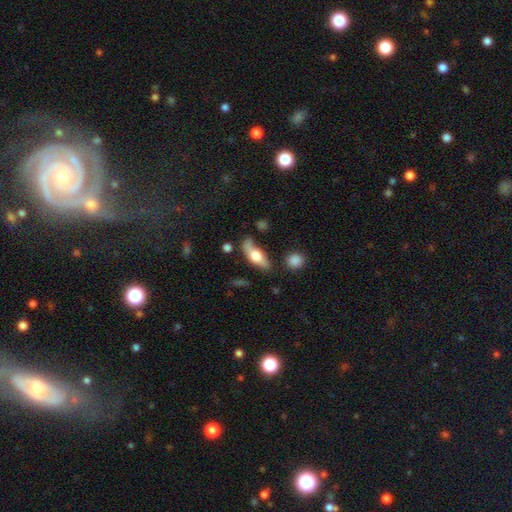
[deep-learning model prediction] Overall: smooth (54%; featured or disk 39%). How rounded: in between (65%; cigar-shaped 31%). Merging: none (60%; minor disturbance 24%).